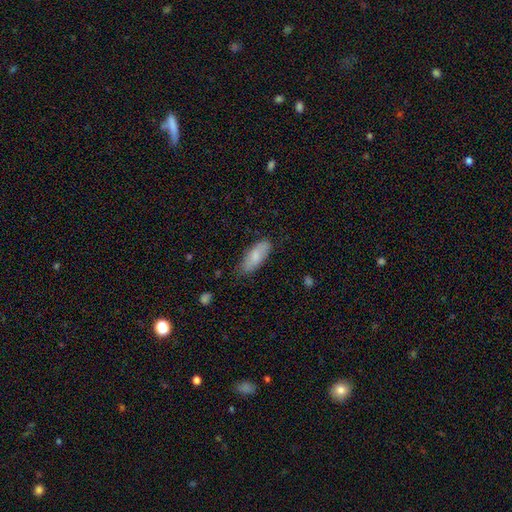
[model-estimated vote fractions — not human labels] smooth 80%, featured or disk 14%, star or artifact 6%. Down the decision tree: how rounded — in between (77%); merging — none (73%).